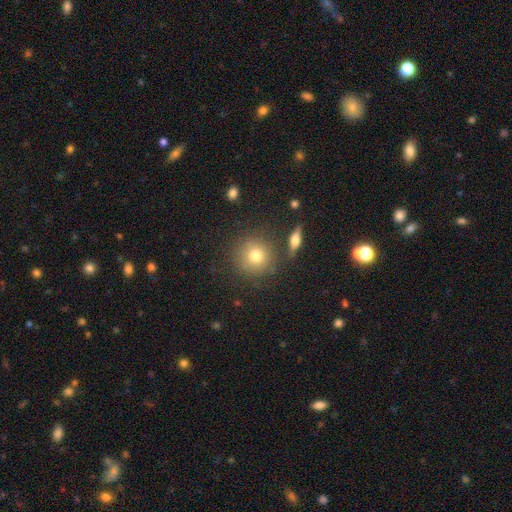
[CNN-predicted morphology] The model was most divided on "smooth or featured": smooth: 75%, featured or disk: 13%, star or artifact: 11%. More confident: how rounded — round (92%); merging — none (81%).